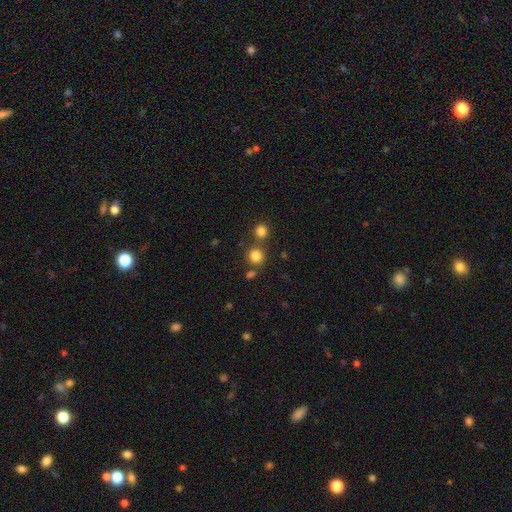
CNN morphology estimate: smooth_or_featured: smooth (p=0.81) [alt: star or artifact p=0.14]
how_rounded: round (p=0.91) [alt: in between p=0.08]
merging: none (p=0.73) [alt: merger p=0.17]